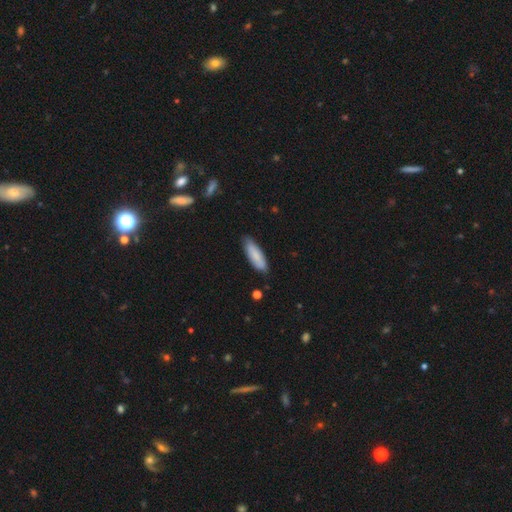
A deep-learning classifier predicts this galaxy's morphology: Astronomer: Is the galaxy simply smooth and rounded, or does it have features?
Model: smooth — 81%.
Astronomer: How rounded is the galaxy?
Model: in between — 53% (runner-up: cigar-shaped, 46%).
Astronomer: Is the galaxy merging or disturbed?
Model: none — 79%.